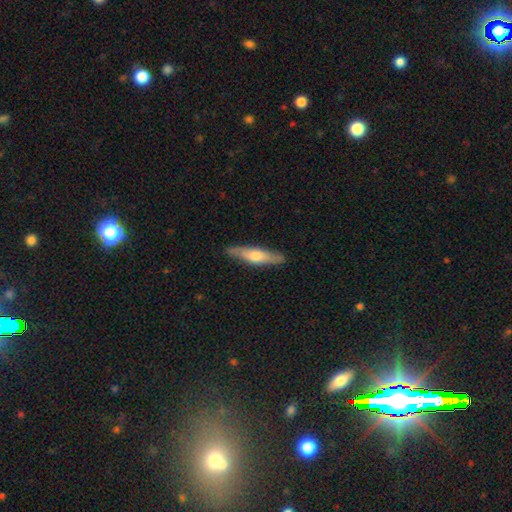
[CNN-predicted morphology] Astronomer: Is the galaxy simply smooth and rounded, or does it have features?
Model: smooth — 49% (runner-up: featured or disk, 46%).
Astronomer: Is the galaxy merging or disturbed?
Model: none — 85%.